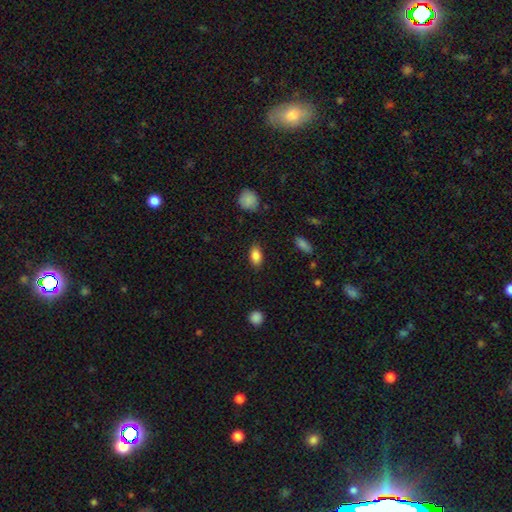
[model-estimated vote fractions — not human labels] A smooth galaxy with no disk features (86%) that is in between round and cigar-shaped (89%).

Vote fractions:
- Smooth or featured? smooth: 86% / star or artifact: 8% / featured or disk: 6%
- How rounded? in between: 89% / round: 7% / cigar-shaped: 4%
- Merging? none: 86% / minor disturbance: 10% / major disturbance: 3% / merger: 1%